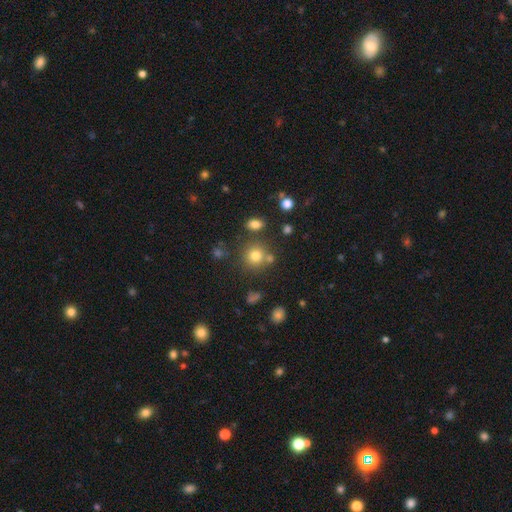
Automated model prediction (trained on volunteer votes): Morphology: type=smooth (77%); roundness=round (88%); merging=none (73%).